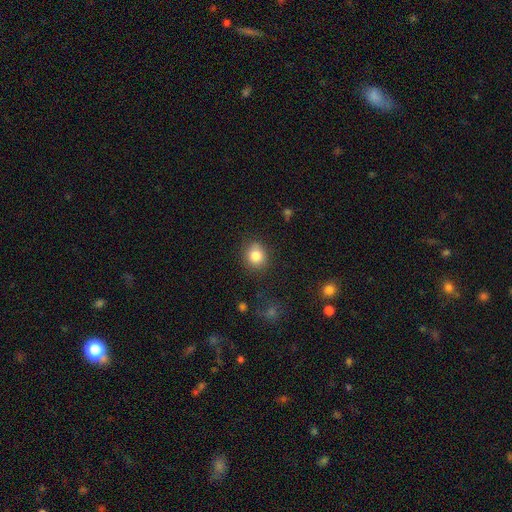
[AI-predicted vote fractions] Smooth or featured? smooth (83%)
How rounded? round (75%)
Merging? none (82%)